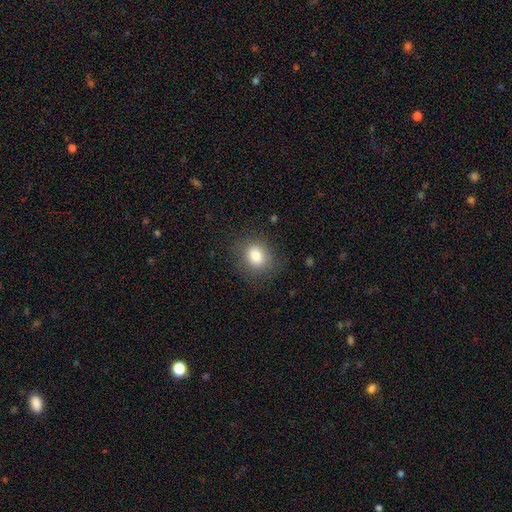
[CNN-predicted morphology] Smooth or featured? smooth (82%)
How rounded? round (60%)
Merging? none (80%)